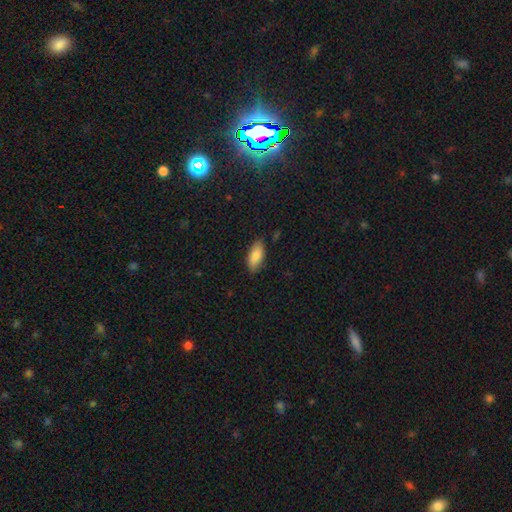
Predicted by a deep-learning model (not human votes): Q: Smooth or featured?
A: smooth (85%); runner-up: featured or disk (9%)
Q: How rounded?
A: in between (86%); runner-up: cigar-shaped (12%)
Q: Merging?
A: none (84%); runner-up: minor disturbance (12%)